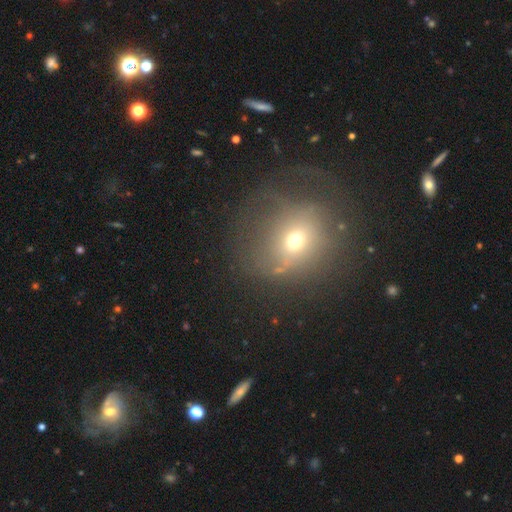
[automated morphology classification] The model was most divided on "smooth or featured": smooth: 53%, featured or disk: 25%, star or artifact: 22%. More confident: how rounded — round (83%); merging — none (59%).